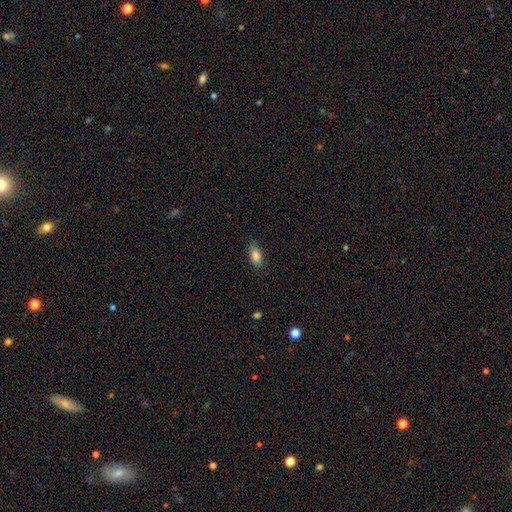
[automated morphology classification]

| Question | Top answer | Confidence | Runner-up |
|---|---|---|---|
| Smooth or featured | smooth | 83% | featured or disk (10%) |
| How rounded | in between | 88% | cigar-shaped (8%) |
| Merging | none | 77% | minor disturbance (18%) |